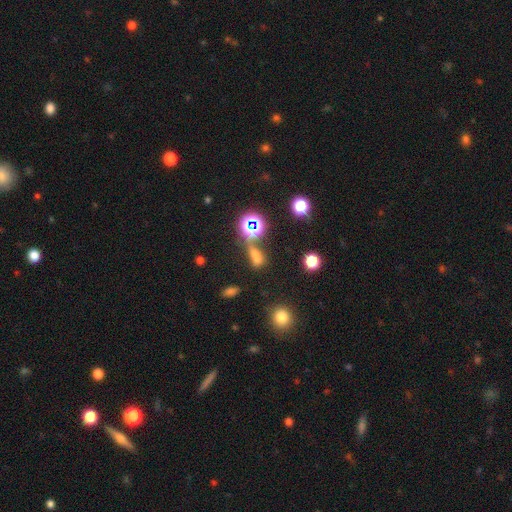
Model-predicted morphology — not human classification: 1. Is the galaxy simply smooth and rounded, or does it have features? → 49% smooth, 38% star or artifact, 13% featured or disk.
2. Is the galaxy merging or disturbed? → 41% none, 34% merger, 13% minor disturbance, 12% major disturbance.